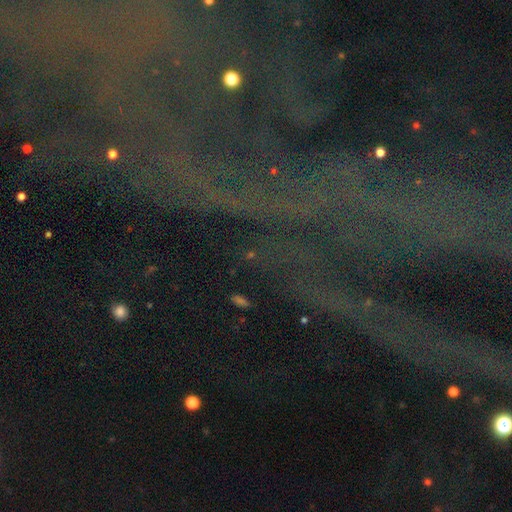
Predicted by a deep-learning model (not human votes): This is likely a star or artifact rather than a galaxy (77%).